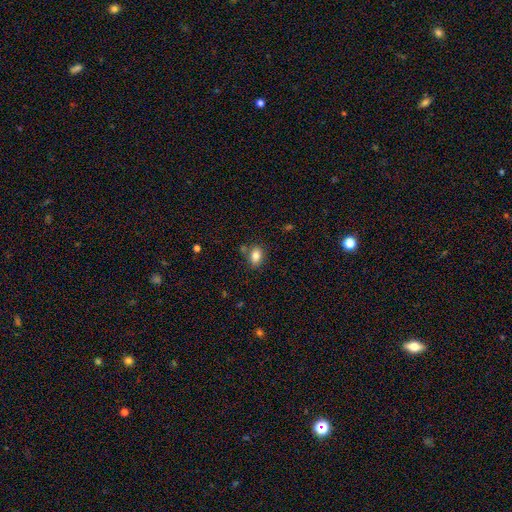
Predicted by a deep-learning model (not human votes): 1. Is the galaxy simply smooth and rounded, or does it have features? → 84% smooth, 9% star or artifact, 7% featured or disk.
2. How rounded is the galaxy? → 79% in between, 19% round, 2% cigar-shaped.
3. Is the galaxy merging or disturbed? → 76% none, 12% minor disturbance, 9% merger, 3% major disturbance.